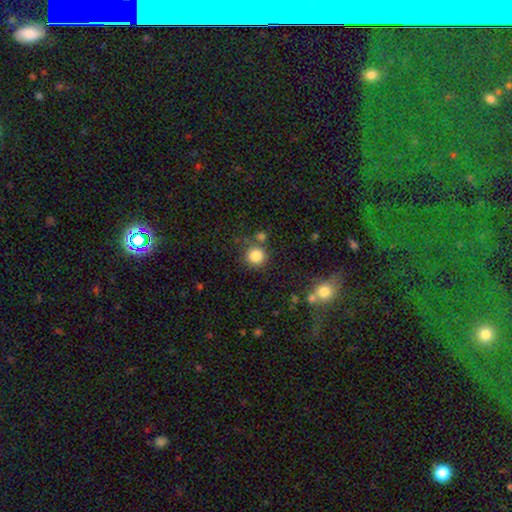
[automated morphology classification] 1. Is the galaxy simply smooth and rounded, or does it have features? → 84% smooth, 11% star or artifact, 5% featured or disk.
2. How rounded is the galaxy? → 93% round, 7% in between, 1% cigar-shaped.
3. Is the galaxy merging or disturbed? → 76% none, 11% merger, 9% minor disturbance, 4% major disturbance.